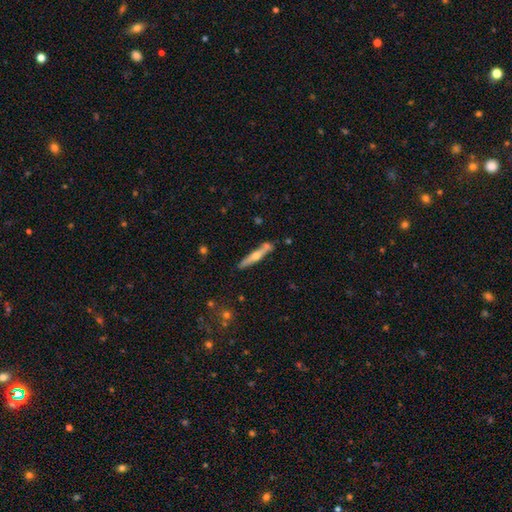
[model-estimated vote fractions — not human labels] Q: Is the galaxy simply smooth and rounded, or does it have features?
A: featured or disk — 57%.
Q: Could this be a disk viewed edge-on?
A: yes — 94%.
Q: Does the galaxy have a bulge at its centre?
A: rounded — 88%.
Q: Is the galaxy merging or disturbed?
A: none — 79%.